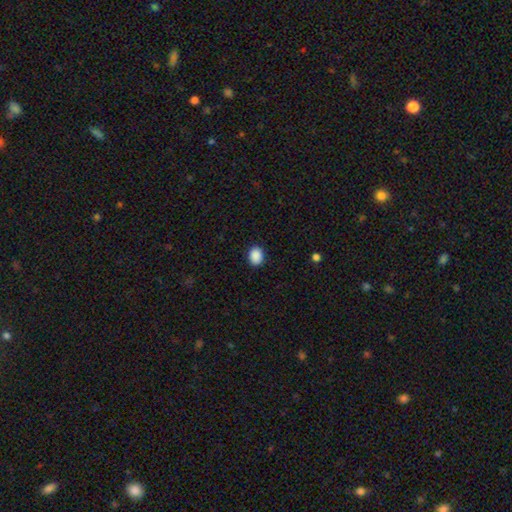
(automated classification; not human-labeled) Smooth or featured? Predicted: smooth (p=0.90). How rounded? Predicted: in between (p=0.52). Merging? Predicted: none (p=0.89).